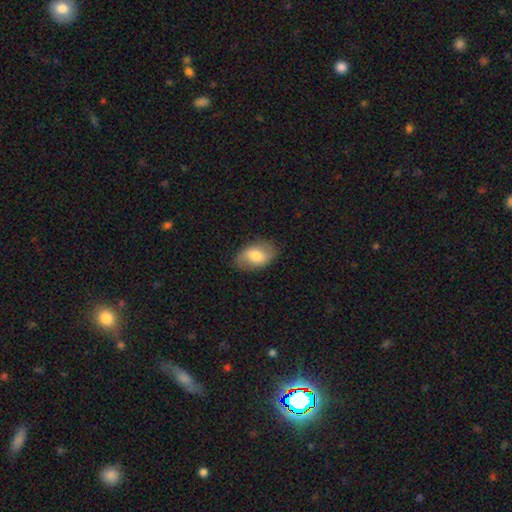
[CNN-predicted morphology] Smooth or featured? smooth (67%)
How rounded? in between (89%)
Merging? none (82%)